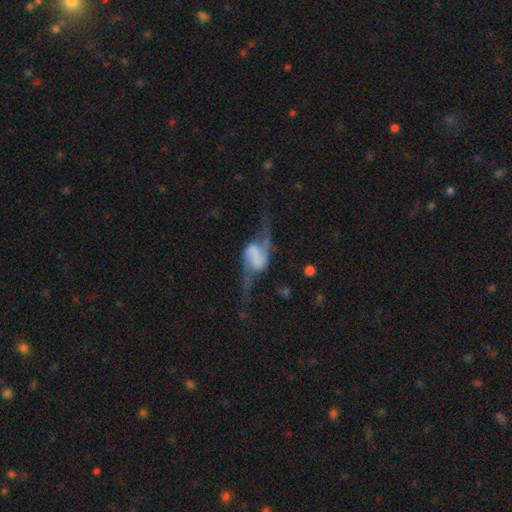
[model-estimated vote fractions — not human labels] Q: Smooth or featured?
A: featured or disk (82%); runner-up: smooth (12%)
Q: Edge-on disk?
A: no (91%); runner-up: yes (9%)
Q: Bar?
A: strong (35%); tied with: weak (35%)
Q: Spiral arms?
A: yes (91%); runner-up: no (9%)
Q: Spiral winding?
A: loose (85%); runner-up: medium (12%)
Q: Spiral arm count?
A: 2 (93%); runner-up: 1 (2%)
Q: Bulge size?
A: none (52%); runner-up: large (16%)
Q: Merging?
A: none (51%); runner-up: major disturbance (26%)